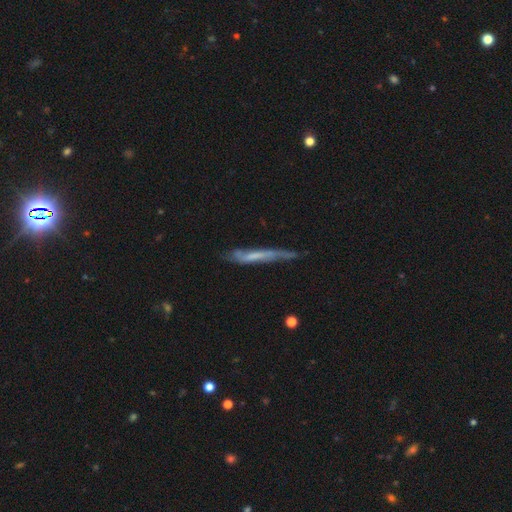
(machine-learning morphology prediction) This appears to be a featured or disk galaxy (52%) viewed edge-on (74%). Merging: none (54%).